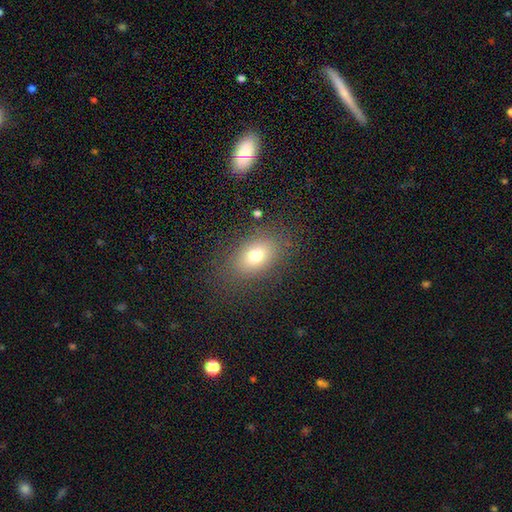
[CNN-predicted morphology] The model was most divided on "how rounded": in between: 77%, round: 22%, cigar-shaped: 2%. More confident: merging — none (81%); smooth or featured — smooth (73%).